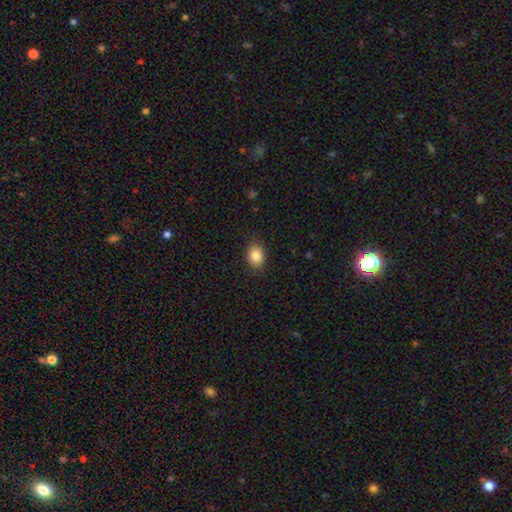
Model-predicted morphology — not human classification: smooth-or-featured: smooth: 85% | star or artifact: 9% | featured or disk: 6%
  how-rounded: in between: 60% | round: 38% | cigar-shaped: 1%
  merging: none: 84% | minor disturbance: 12% | major disturbance: 3% | merger: 1%